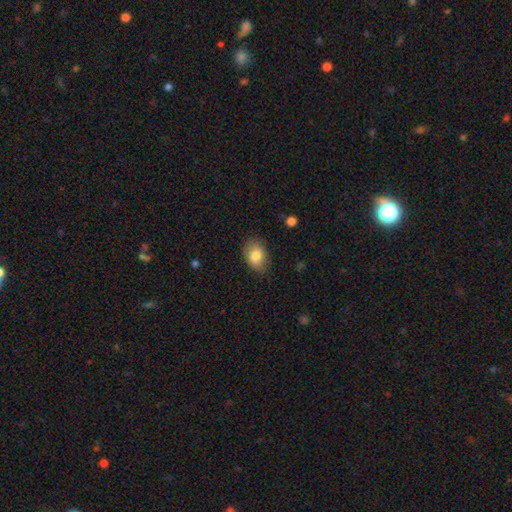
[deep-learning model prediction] A smooth galaxy with no disk features (82%) that is in between round and cigar-shaped (78%).

Vote fractions:
- Smooth or featured? smooth: 82% / featured or disk: 10% / star or artifact: 8%
- How rounded? in between: 78% / round: 21% / cigar-shaped: 1%
- Merging? none: 82% / minor disturbance: 14% / major disturbance: 3% / merger: 1%